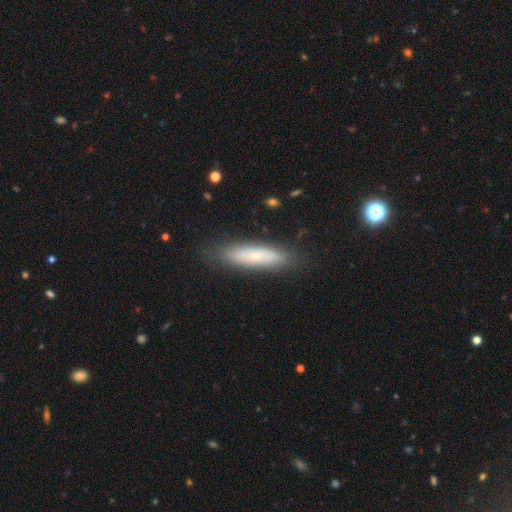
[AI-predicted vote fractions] Morphology: type=smooth (66%); roundness=cigar-shaped (75%); merging=none (84%).